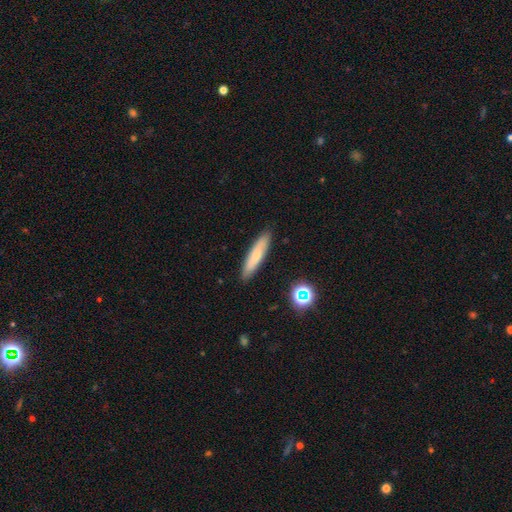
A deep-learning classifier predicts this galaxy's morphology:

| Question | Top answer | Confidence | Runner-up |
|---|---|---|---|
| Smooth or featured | smooth | 67% | featured or disk (25%) |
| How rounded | cigar-shaped | 82% | in between (17%) |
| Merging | none | 89% | minor disturbance (8%) |